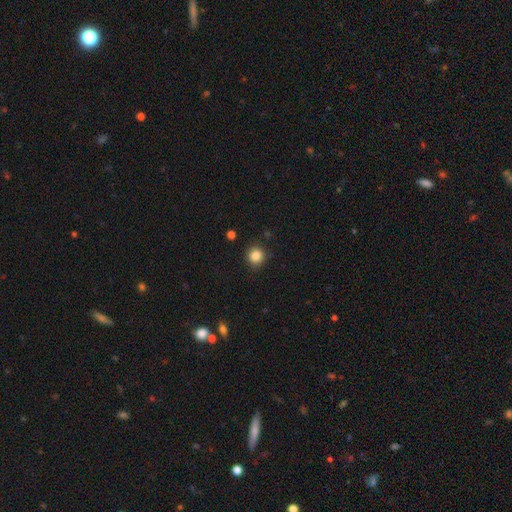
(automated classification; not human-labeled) smooth_or_featured: smooth (p=0.85) [alt: star or artifact p=0.11]
how_rounded: round (p=0.90) [alt: in between p=0.09]
merging: none (p=0.87) [alt: minor disturbance p=0.09]